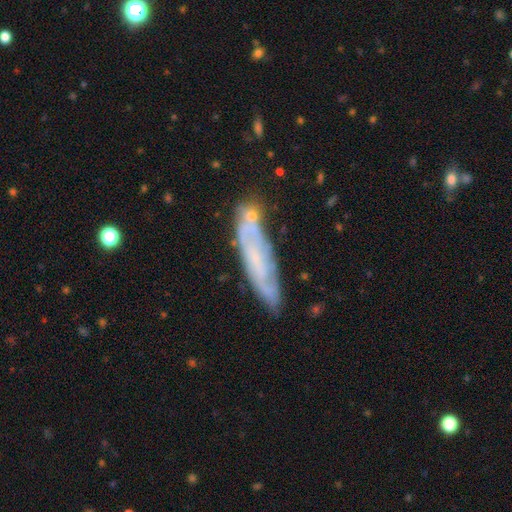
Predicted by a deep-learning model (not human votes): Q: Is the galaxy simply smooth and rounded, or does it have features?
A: featured or disk — 58%.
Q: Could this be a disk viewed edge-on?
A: no — 58%.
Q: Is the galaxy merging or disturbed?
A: none — 69%.